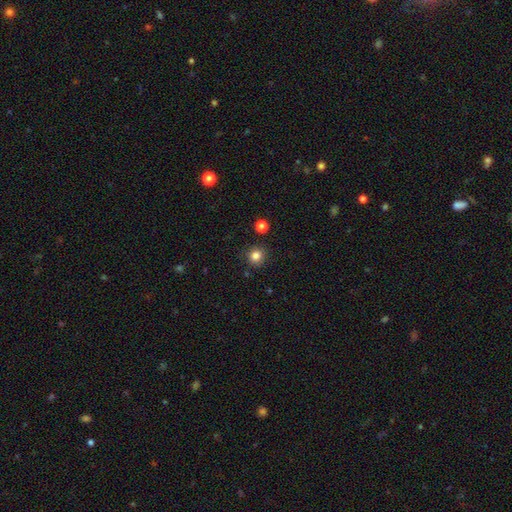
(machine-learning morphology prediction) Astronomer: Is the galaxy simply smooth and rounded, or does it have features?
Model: smooth — 83%.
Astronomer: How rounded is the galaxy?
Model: round — 91%.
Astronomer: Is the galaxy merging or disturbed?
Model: none — 89%.